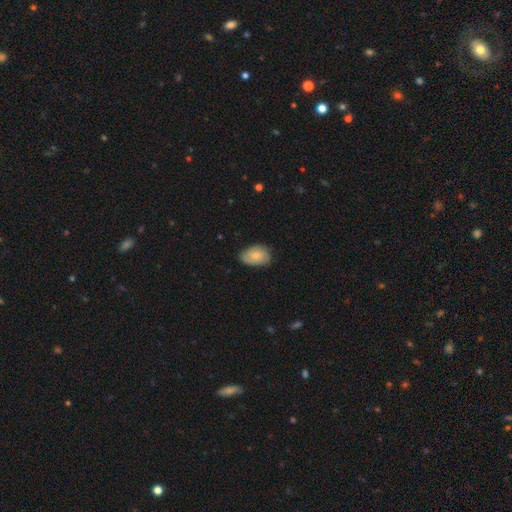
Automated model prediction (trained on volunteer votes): Smooth or featured?
  - smooth: 64% *
  - featured or disk: 29%
  - star or artifact: 7%
How rounded?
  - in between: 85% *
  - round: 14%
  - cigar-shaped: 1%
Merging?
  - none: 61% *
  - minor disturbance: 32%
  - major disturbance: 6%
  - merger: 1%